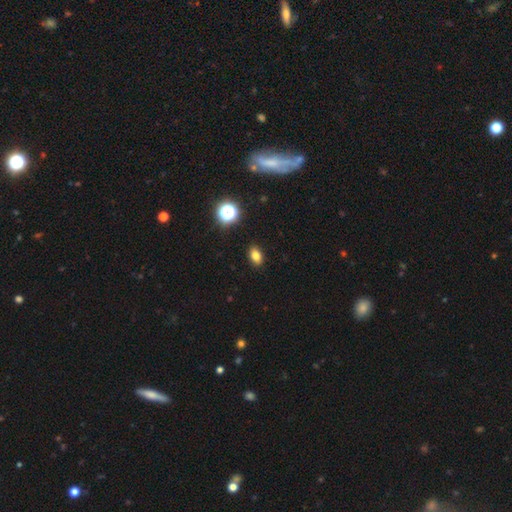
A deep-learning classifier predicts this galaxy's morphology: smooth-or-featured: smooth: 79% | star or artifact: 14% | featured or disk: 7%
  how-rounded: in between: 81% | round: 17% | cigar-shaped: 2%
  merging: none: 90% | minor disturbance: 7% | major disturbance: 2% | merger: 1%